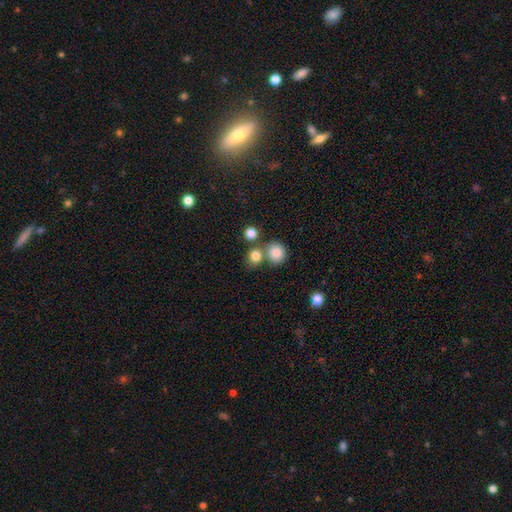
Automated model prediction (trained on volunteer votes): A smooth galaxy with no disk features (82%) that is round (81%).

Vote fractions:
- Smooth or featured? smooth: 82% / star or artifact: 12% / featured or disk: 6%
- How rounded? round: 81% / in between: 18% / cigar-shaped: 1%
- Merging? none: 60% / merger: 28% / minor disturbance: 8% / major disturbance: 3%